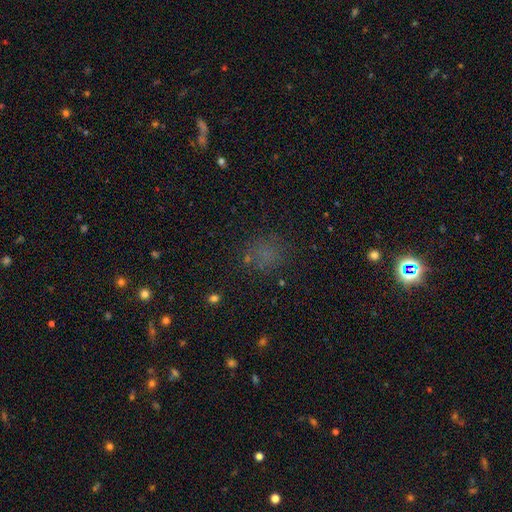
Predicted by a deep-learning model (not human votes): smooth 61%, star or artifact 31%, featured or disk 8%. Down the decision tree: how rounded — round (74%); merging — none (76%).